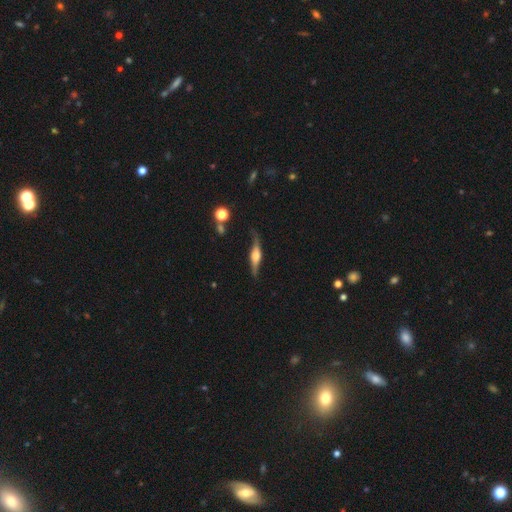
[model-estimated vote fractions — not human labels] Smooth or featured? featured or disk (72%)
Edge-on disk? yes (90%)
Edge-on bulge? rounded (82%)
Merging? none (71%)